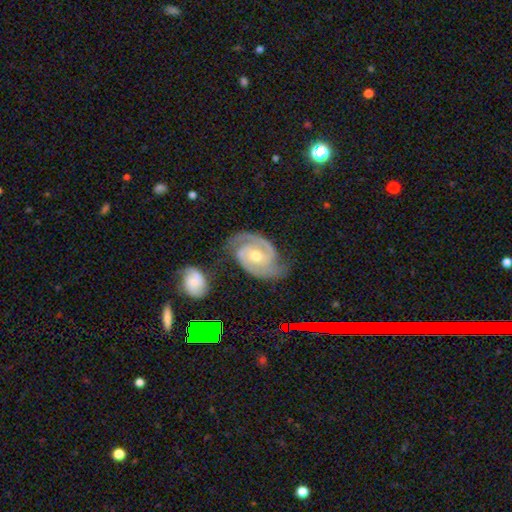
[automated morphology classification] A featured or disk galaxy (90%) with no bar (55%), 2 (89%) medium (46%) spiral arms (98%) and a moderate central bulge (56%). Merging: none (69%).